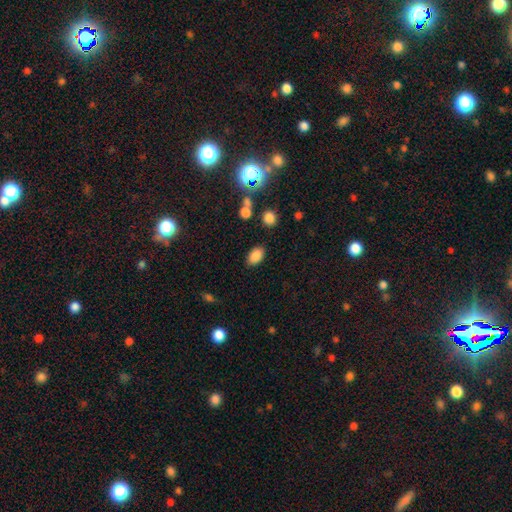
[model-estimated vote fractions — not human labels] A smooth galaxy with no disk features (85%) that is in between round and cigar-shaped (88%). Merging: none (84%).